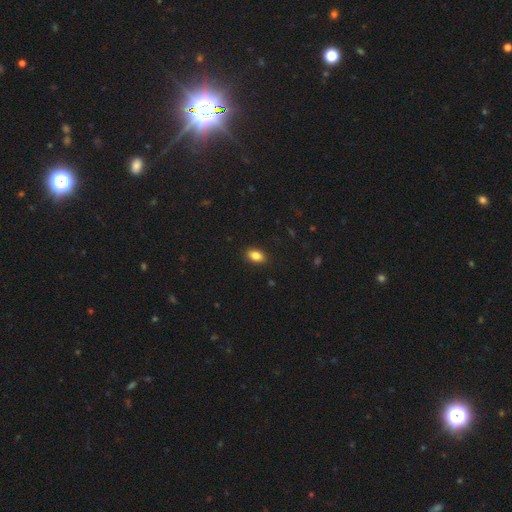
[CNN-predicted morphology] smooth_or_featured: smooth (p=0.86) [alt: star or artifact p=0.08]
how_rounded: in between (p=0.87) [alt: round p=0.11]
merging: none (p=0.89) [alt: minor disturbance p=0.08]